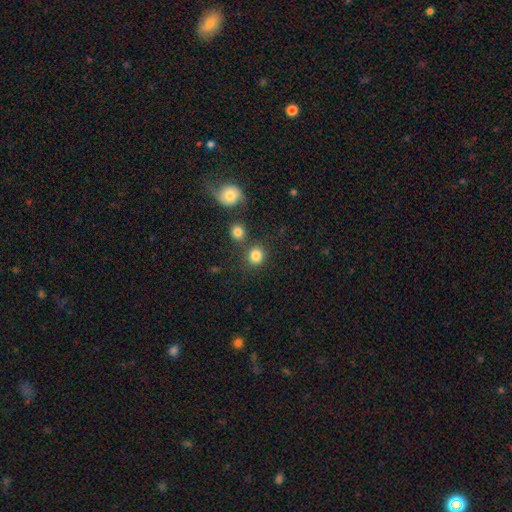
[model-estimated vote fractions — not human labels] Morphology: type=smooth (83%); roundness=round (85%); merging=none (76%).